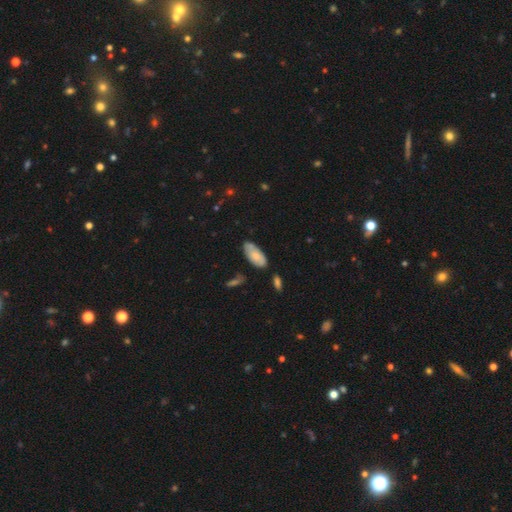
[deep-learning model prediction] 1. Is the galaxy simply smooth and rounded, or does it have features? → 68% smooth, 25% featured or disk, 6% star or artifact.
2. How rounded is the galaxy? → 89% in between, 9% cigar-shaped, 2% round.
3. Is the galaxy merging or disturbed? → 64% none, 25% minor disturbance, 7% merger, 5% major disturbance.